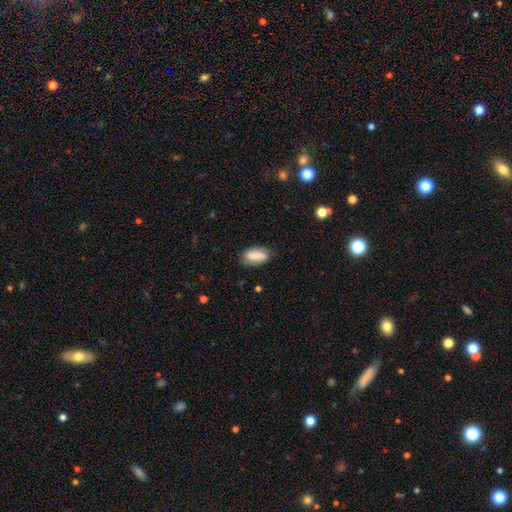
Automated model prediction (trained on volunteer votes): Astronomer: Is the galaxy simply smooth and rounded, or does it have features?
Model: smooth — 76%.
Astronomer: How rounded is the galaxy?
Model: in between — 89%.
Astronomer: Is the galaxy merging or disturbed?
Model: none — 76%.